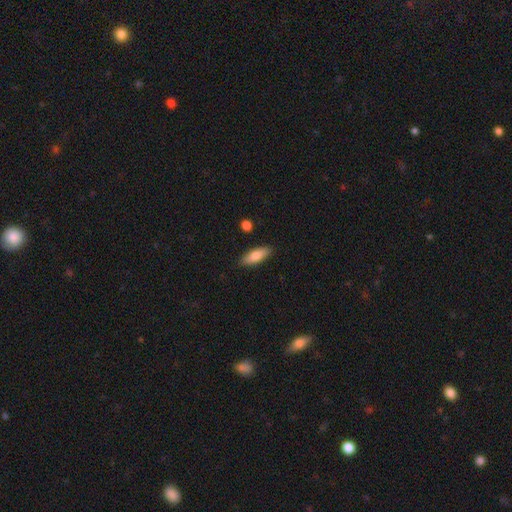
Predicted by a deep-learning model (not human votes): A smooth galaxy with no disk features (80%) that is in between round and cigar-shaped (61%).

Vote fractions:
- Smooth or featured? smooth: 80% / featured or disk: 14% / star or artifact: 6%
- How rounded? in between: 61% / cigar-shaped: 36% / round: 2%
- Merging? none: 87% / minor disturbance: 9% / major disturbance: 2% / merger: 2%